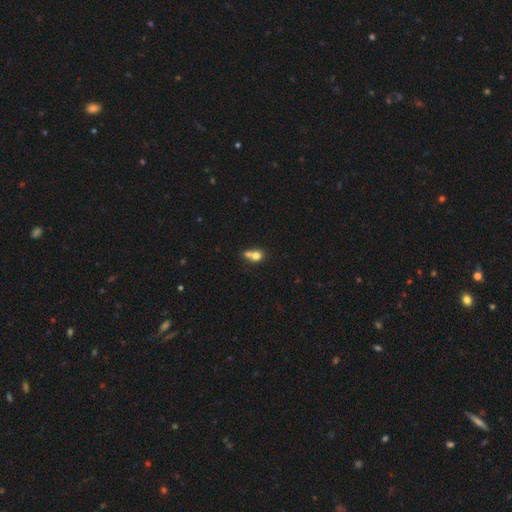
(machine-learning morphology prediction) Smooth or featured? Predicted: smooth (p=0.72). How rounded? Predicted: round (p=0.64). Merging? Predicted: merger (p=0.56).